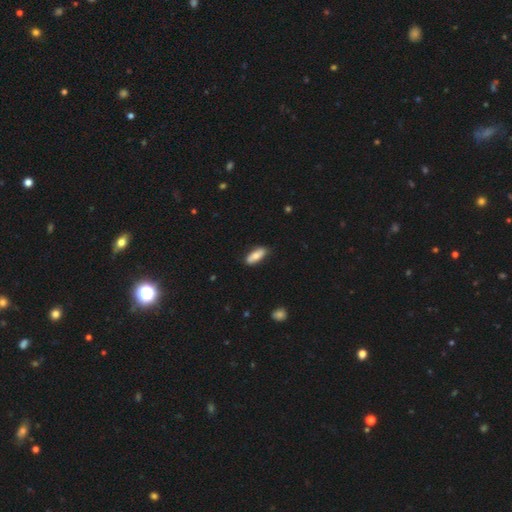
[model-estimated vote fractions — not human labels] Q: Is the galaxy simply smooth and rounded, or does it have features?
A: smooth — 76%.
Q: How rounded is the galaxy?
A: in between — 69%.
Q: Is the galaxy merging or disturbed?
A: none — 84%.